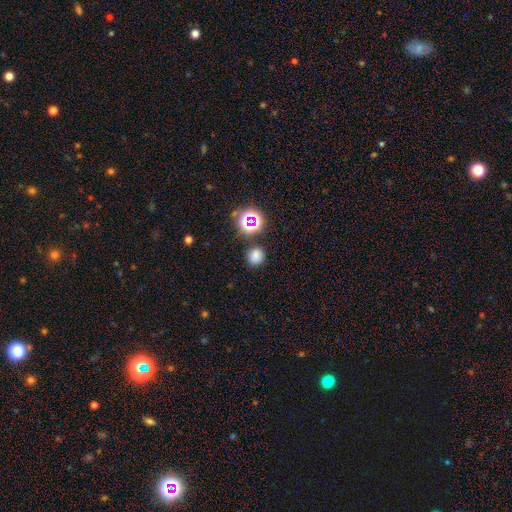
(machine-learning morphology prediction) The model was most divided on "smooth or featured": smooth: 73%, star or artifact: 21%, featured or disk: 6%. More confident: how rounded — round (88%); merging — none (84%).